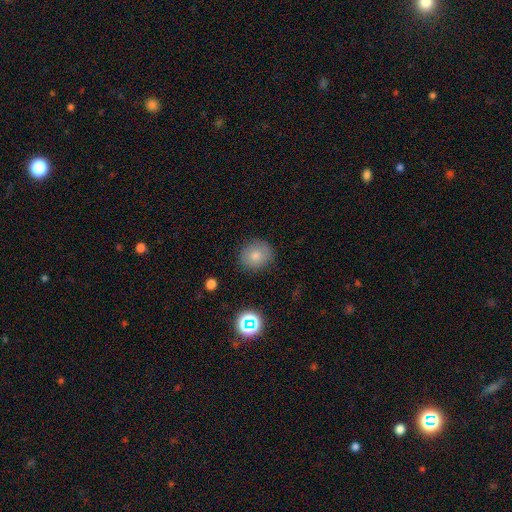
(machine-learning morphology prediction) smooth-or-featured: smooth: 78% | star or artifact: 12% | featured or disk: 11%
  how-rounded: round: 78% | in between: 21% | cigar-shaped: 1%
  merging: none: 84% | minor disturbance: 12% | major disturbance: 3% | merger: 1%